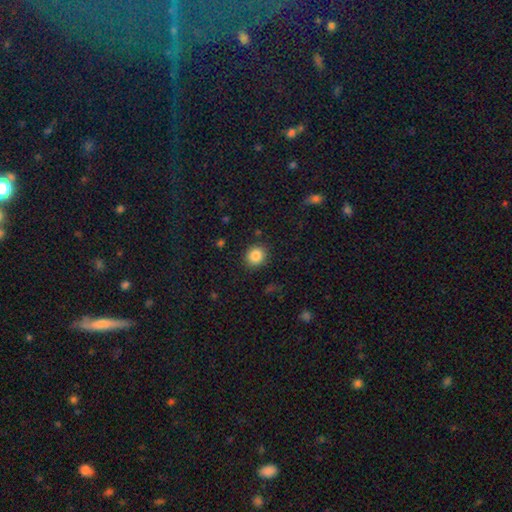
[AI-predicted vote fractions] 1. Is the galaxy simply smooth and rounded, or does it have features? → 85% smooth, 10% star or artifact, 5% featured or disk.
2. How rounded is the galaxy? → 78% round, 21% in between, 1% cigar-shaped.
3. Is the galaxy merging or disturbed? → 89% none, 7% minor disturbance, 2% major disturbance, 1% merger.